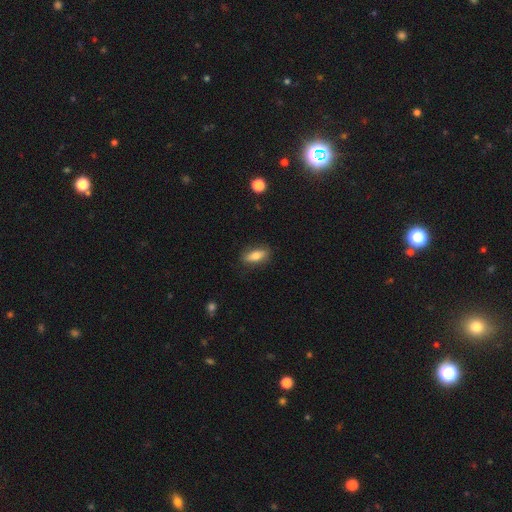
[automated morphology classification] This appears to be a smooth galaxy with no disk features (76%) that is in between round and cigar-shaped (71%). Merging: none (84%).